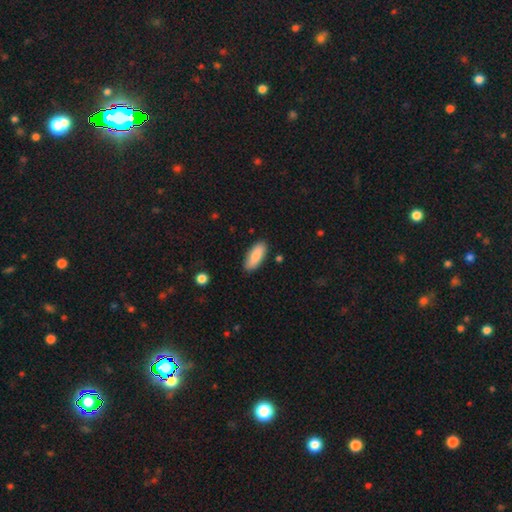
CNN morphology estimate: Smooth or featured: smooth — 85% (featured or disk — 9%)
How rounded: in between — 74% (cigar-shaped — 24%)
Merging: none — 85% (minor disturbance — 11%)